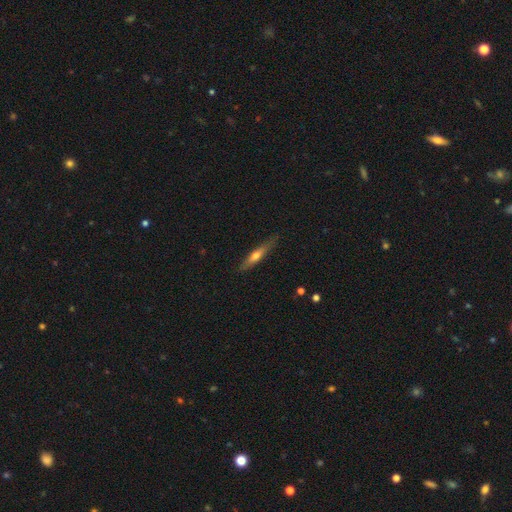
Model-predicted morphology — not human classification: A smooth galaxy with no disk features (48%).

Vote fractions:
- Smooth or featured? smooth: 48% / featured or disk: 46% / star or artifact: 6%
- Merging? none: 83% / minor disturbance: 13% / major disturbance: 3% / merger: 1%